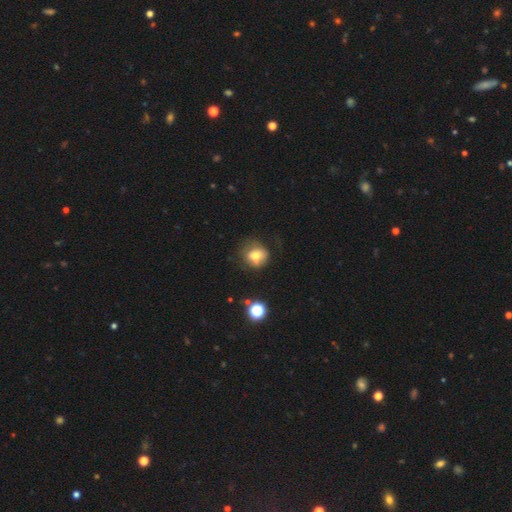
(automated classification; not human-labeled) Smooth or featured? smooth (64%)
How rounded? round (72%)
Merging? none (56%)